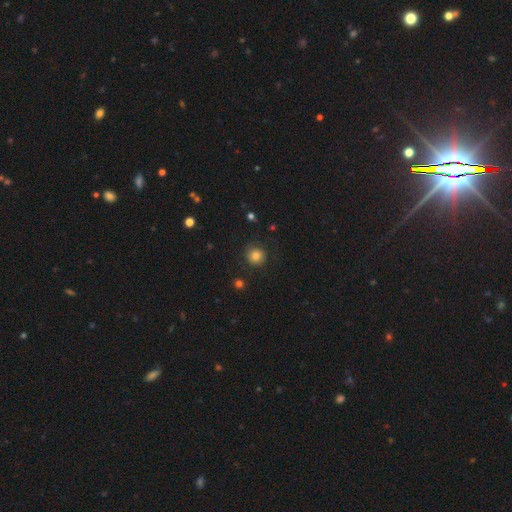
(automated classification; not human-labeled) Smooth or featured? Predicted: smooth (p=0.81). How rounded? Predicted: round (p=0.91). Merging? Predicted: none (p=0.81).